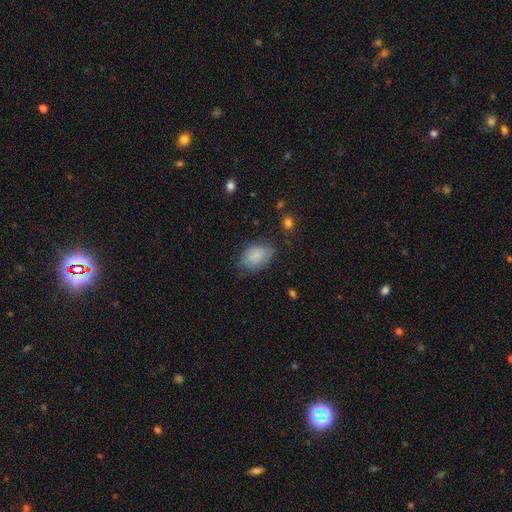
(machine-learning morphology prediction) smooth_or_featured: smooth (p=0.84) [alt: featured or disk p=0.08]
how_rounded: in between (p=0.82) [alt: round p=0.17]
merging: none (p=0.65) [alt: minor disturbance p=0.27]